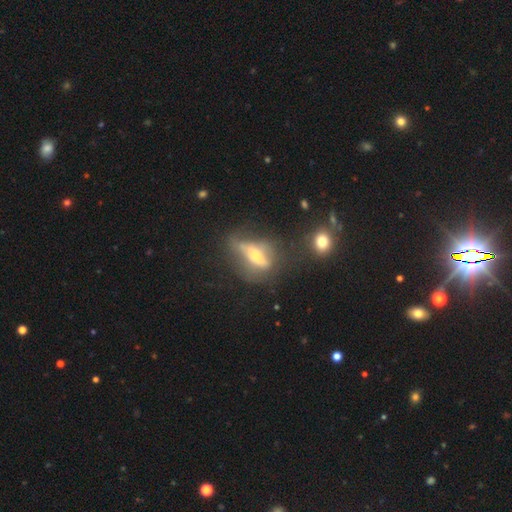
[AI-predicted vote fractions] smooth_or_featured: featured or disk (p=0.56) [alt: smooth p=0.34]
disk_edge_on: no (p=0.55) [alt: yes p=0.45]
merging: none (p=0.36) [alt: major disturbance p=0.32]